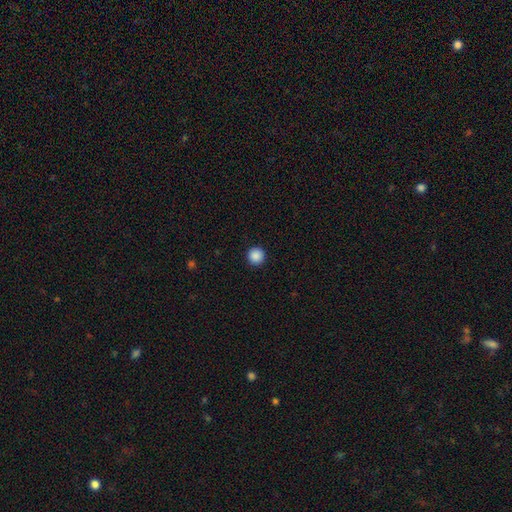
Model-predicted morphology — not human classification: type=smooth (89%); roundness=round (96%); merging=none (94%).